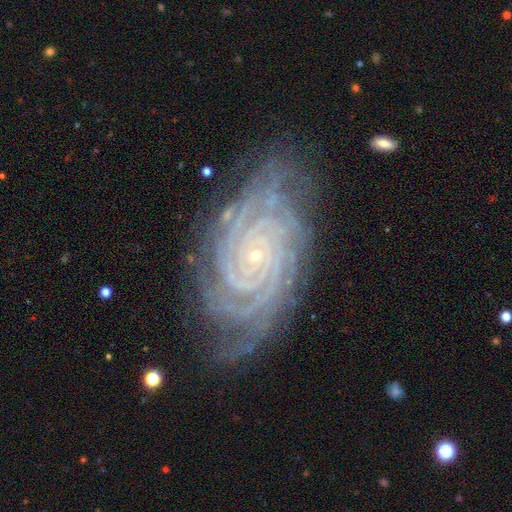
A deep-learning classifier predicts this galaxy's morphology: smooth_or_featured: featured or disk (p=0.91) [alt: star or artifact p=0.06]
disk_edge_on: no (p=0.97) [alt: yes p=0.03]
bar: no (p=0.78) [alt: weak p=0.14]
has_spiral_arms: yes (p=0.99) [alt: no p=0.01]
spiral_winding: tight (p=0.86) [alt: medium p=0.12]
spiral_arm_count: 4 (p=0.27) [alt: more than 4 p=0.25]
bulge_size: small (p=0.89) [alt: moderate p=0.07]
merging: none (p=0.77) [alt: minor disturbance p=0.17]